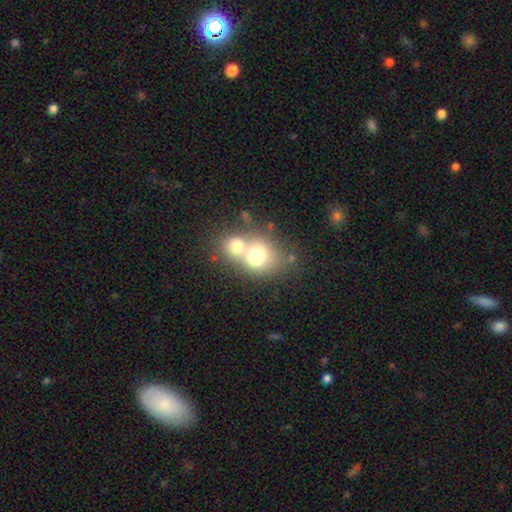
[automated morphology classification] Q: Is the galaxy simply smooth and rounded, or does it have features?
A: smooth — 70%.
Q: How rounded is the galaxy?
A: round — 64%.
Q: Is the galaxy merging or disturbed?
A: merger — 65%.